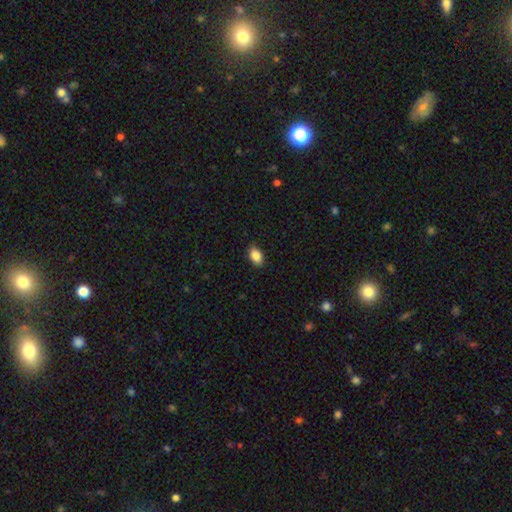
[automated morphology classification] Smooth or featured?
  - smooth: 86% *
  - star or artifact: 8%
  - featured or disk: 6%
How rounded?
  - in between: 87% *
  - round: 11%
  - cigar-shaped: 2%
Merging?
  - none: 86% *
  - minor disturbance: 11%
  - major disturbance: 2%
  - merger: 1%